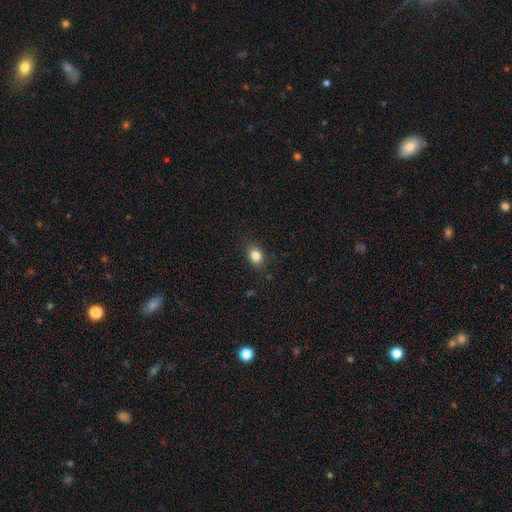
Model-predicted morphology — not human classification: Q: Smooth or featured?
A: smooth (83%); runner-up: star or artifact (11%)
Q: How rounded?
A: in between (55%); runner-up: round (44%)
Q: Merging?
A: none (85%); runner-up: minor disturbance (11%)